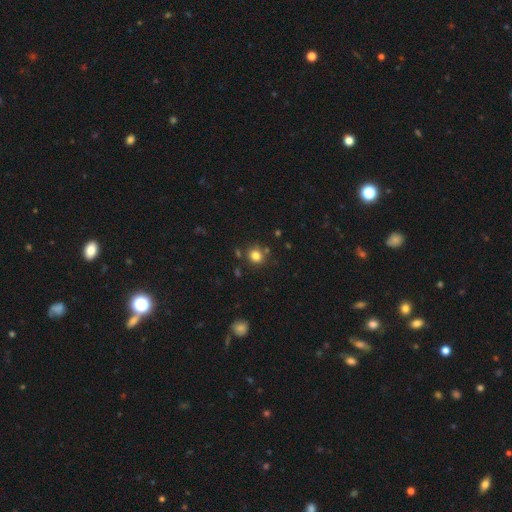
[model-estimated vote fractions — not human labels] A smooth galaxy with no disk features (81%) that is round (83%).

Vote fractions:
- Smooth or featured? smooth: 81% / star or artifact: 13% / featured or disk: 6%
- How rounded? round: 83% / in between: 16% / cigar-shaped: 1%
- Merging? none: 80% / minor disturbance: 10% / merger: 7% / major disturbance: 3%